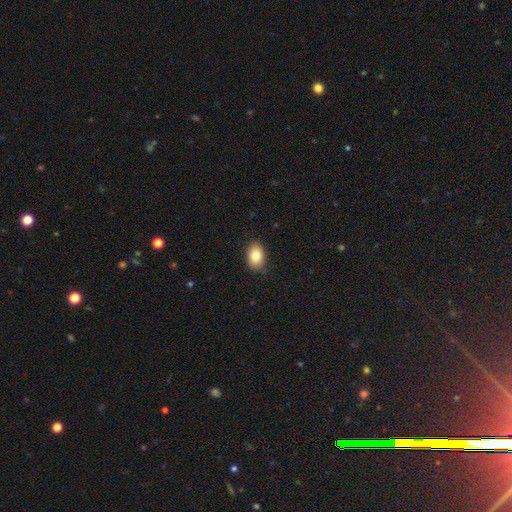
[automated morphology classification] Smooth or featured: smooth — 85% (star or artifact — 8%)
How rounded: in between — 84% (round — 14%)
Merging: none — 86% (minor disturbance — 11%)